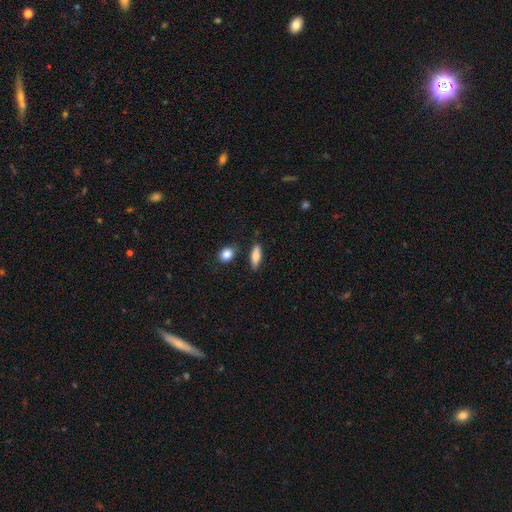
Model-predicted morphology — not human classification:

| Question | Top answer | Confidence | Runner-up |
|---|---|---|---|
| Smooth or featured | smooth | 80% | featured or disk (13%) |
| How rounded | in between | 57% | cigar-shaped (40%) |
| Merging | none | 81% | minor disturbance (12%) |